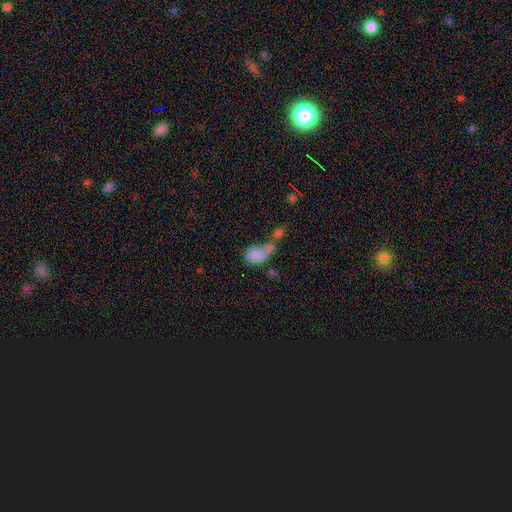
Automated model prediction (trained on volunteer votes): This appears to be a smooth galaxy with no disk features (66%) that is in between round and cigar-shaped (84%). Merging: merger (52%).